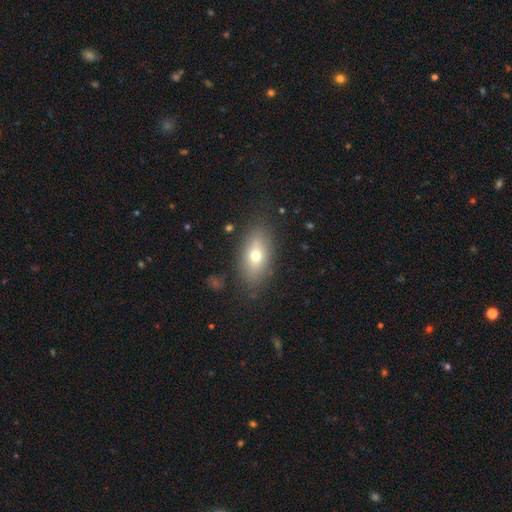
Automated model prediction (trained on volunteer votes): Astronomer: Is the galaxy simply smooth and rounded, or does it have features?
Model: smooth — 64%.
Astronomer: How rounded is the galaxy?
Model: in between — 82%.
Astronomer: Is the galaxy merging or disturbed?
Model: none — 82%.